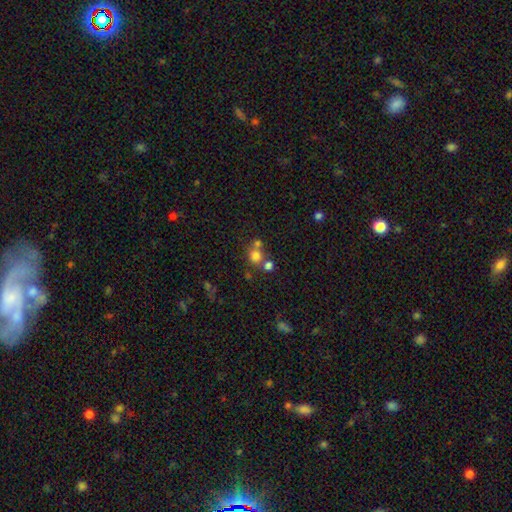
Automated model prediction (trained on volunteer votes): A smooth galaxy with no disk features (73%) that is round (85%).

Vote fractions:
- Smooth or featured? smooth: 73% / star or artifact: 16% / featured or disk: 10%
- How rounded? round: 85% / in between: 14% / cigar-shaped: 1%
- Merging? none: 55% / merger: 33% / minor disturbance: 8% / major disturbance: 4%